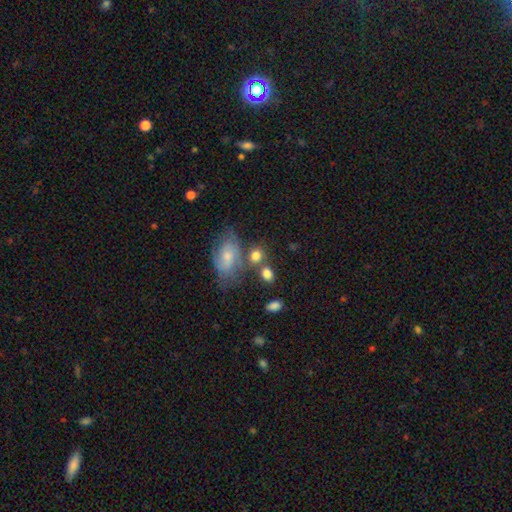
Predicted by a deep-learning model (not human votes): A smooth galaxy with no disk features (73%) that is round (59%).

Vote fractions:
- Smooth or featured? smooth: 73% / featured or disk: 18% / star or artifact: 9%
- How rounded? round: 59% / in between: 39% / cigar-shaped: 2%
- Merging? none: 54% / merger: 23% / minor disturbance: 16% / major disturbance: 7%